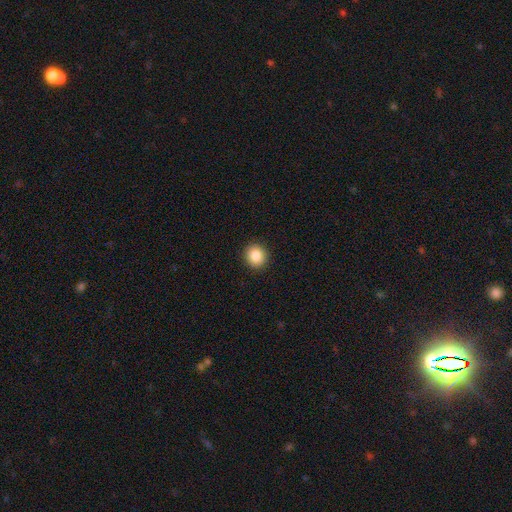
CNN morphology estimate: Smooth or featured? Predicted: smooth (p=0.87). How rounded? Predicted: round (p=0.84). Merging? Predicted: none (p=0.92).